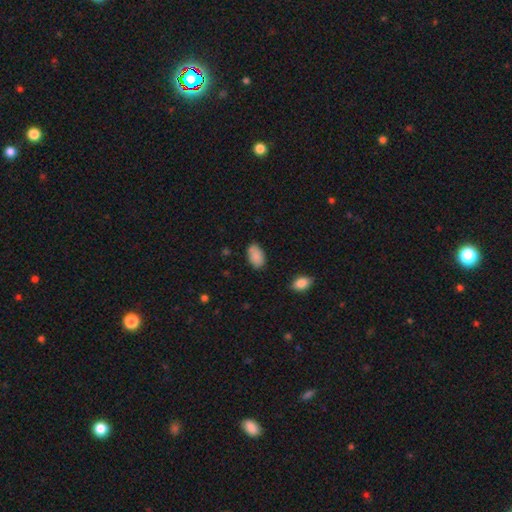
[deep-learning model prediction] smooth_or_featured: smooth (p=0.88) [alt: star or artifact p=0.07]
how_rounded: in between (p=0.94) [alt: round p=0.05]
merging: none (p=0.78) [alt: minor disturbance p=0.17]